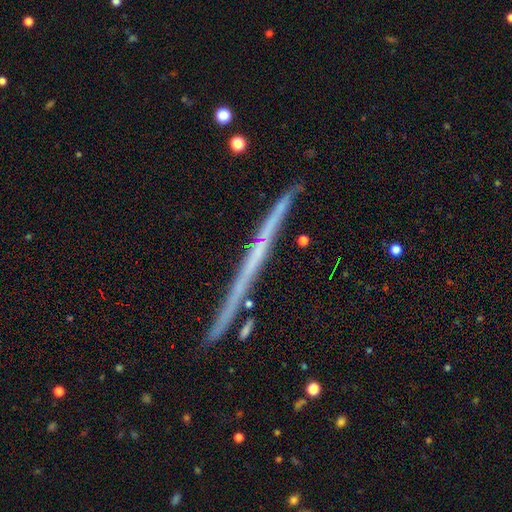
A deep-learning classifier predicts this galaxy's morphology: A featured or disk galaxy (71%) viewed edge-on (98%) with no central bulge (84%). Merging: none (89%).